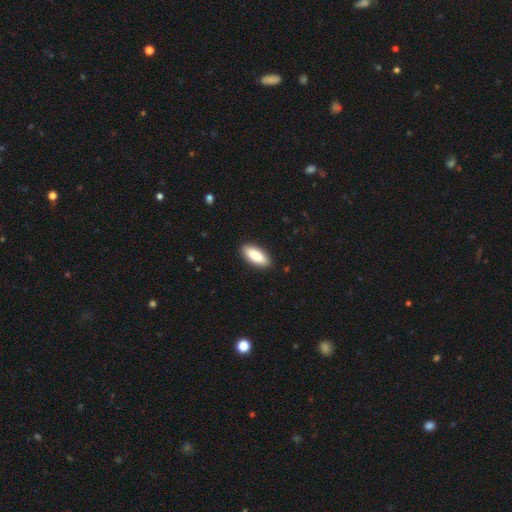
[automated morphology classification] Smooth or featured? smooth (85%)
How rounded? in between (81%)
Merging? none (90%)